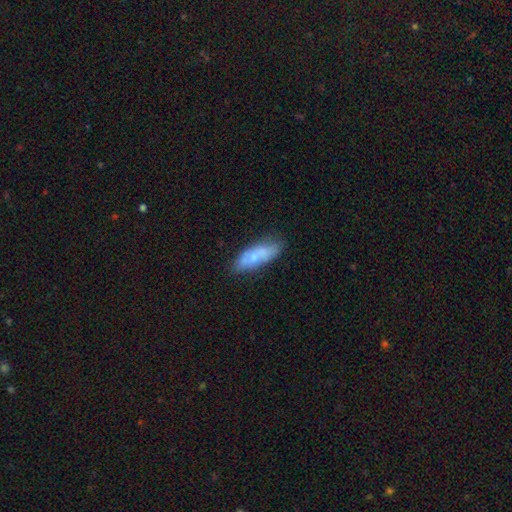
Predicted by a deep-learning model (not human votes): A smooth galaxy with no disk features (61%) that is in between round and cigar-shaped (70%).

Vote fractions:
- Smooth or featured? smooth: 61% / featured or disk: 32% / star or artifact: 7%
- How rounded? in between: 70% / cigar-shaped: 28% / round: 3%
- Merging? none: 62% / minor disturbance: 25% / merger: 7% / major disturbance: 7%